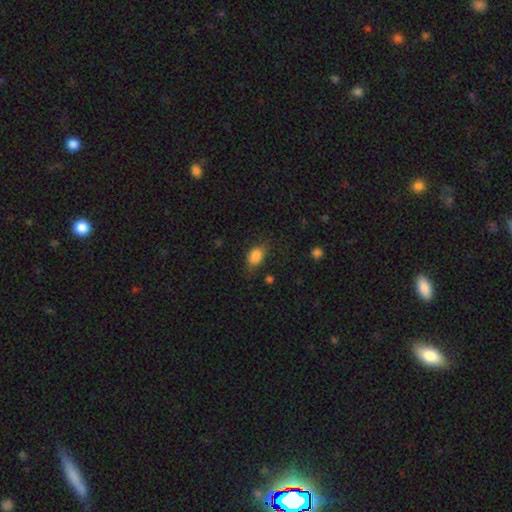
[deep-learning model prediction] Smooth or featured: smooth — 84% (star or artifact — 9%)
How rounded: in between — 78% (round — 20%)
Merging: none — 57% (minor disturbance — 29%)